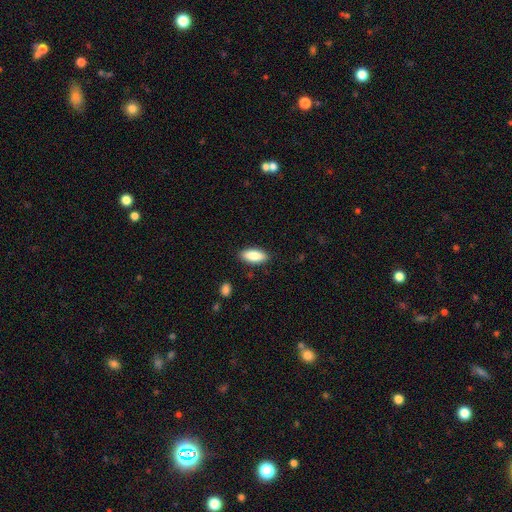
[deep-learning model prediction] Smooth or featured? smooth (87%)
How rounded? in between (82%)
Merging? none (88%)